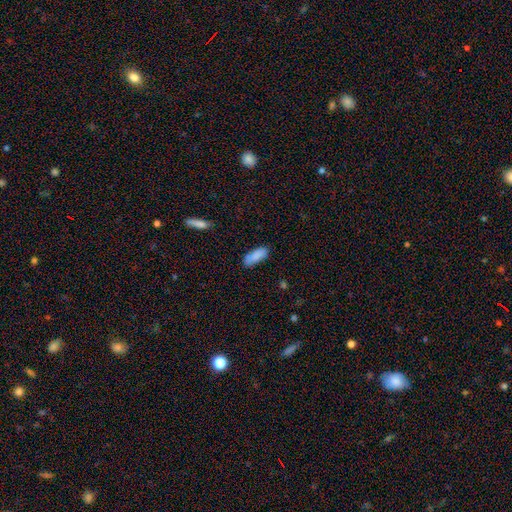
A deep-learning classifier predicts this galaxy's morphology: Smooth or featured: smooth — 86% (featured or disk — 7%)
How rounded: in between — 76% (cigar-shaped — 22%)
Merging: none — 77% (minor disturbance — 17%)